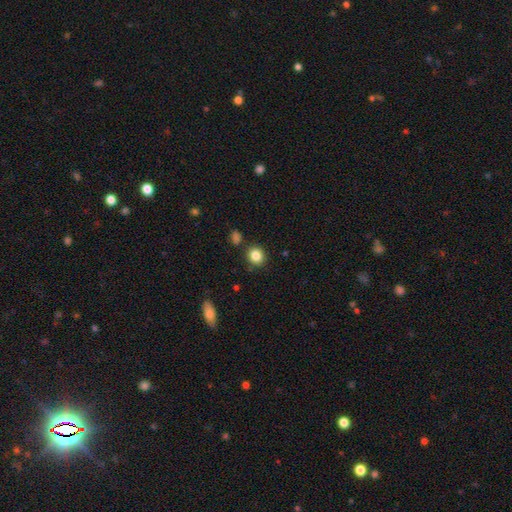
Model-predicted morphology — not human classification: This is clearly a smooth galaxy (85%). How rounded: likely round (80%). Merging: clearly none (84%).